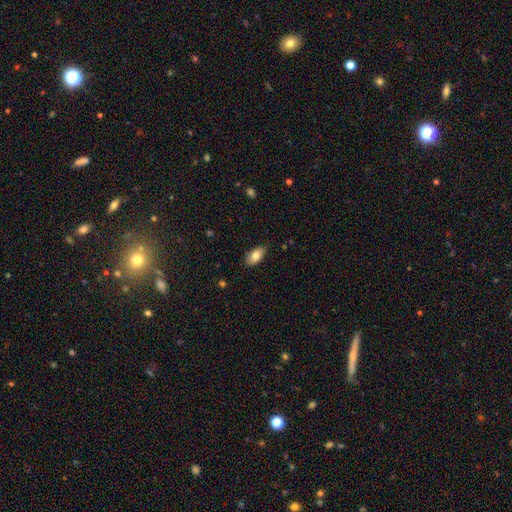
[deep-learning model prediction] Smooth or featured? Predicted: smooth (p=0.80). How rounded? Predicted: in between (p=0.91). Merging? Predicted: none (p=0.77).